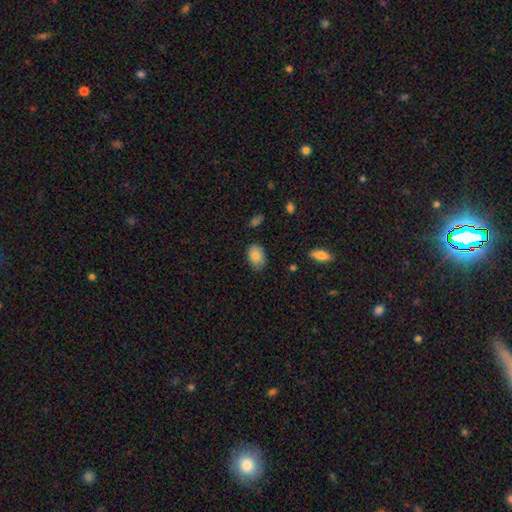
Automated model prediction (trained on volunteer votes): Smooth or featured? smooth (82%)
How rounded? in between (84%)
Merging? none (74%)